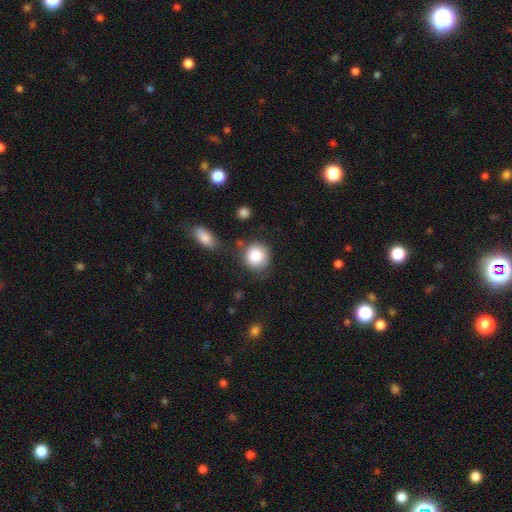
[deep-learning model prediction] A smooth galaxy with no disk features (84%) that is round (85%).

Vote fractions:
- Smooth or featured? smooth: 84% / featured or disk: 8% / star or artifact: 8%
- How rounded? round: 85% / in between: 14% / cigar-shaped: 1%
- Merging? none: 69% / minor disturbance: 18% / merger: 7% / major disturbance: 6%